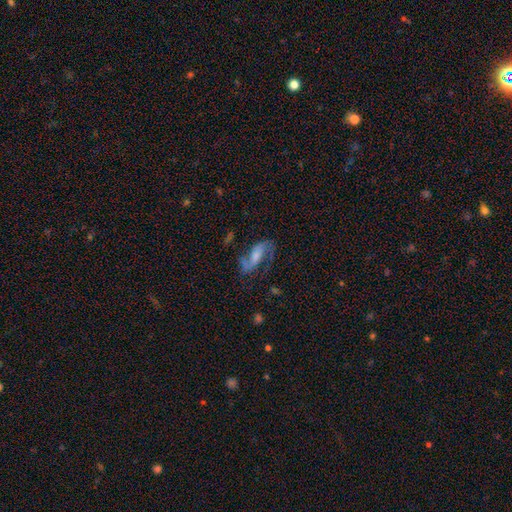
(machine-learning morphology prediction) Smooth or featured? featured or disk (74%)
Edge-on disk? no (94%)
Bar? weak (39%)
Spiral arms? yes (92%)
Spiral winding? loose (46%)
Spiral arm count? 2 (85%)
Bulge size? moderate (35%)
Merging? none (55%)